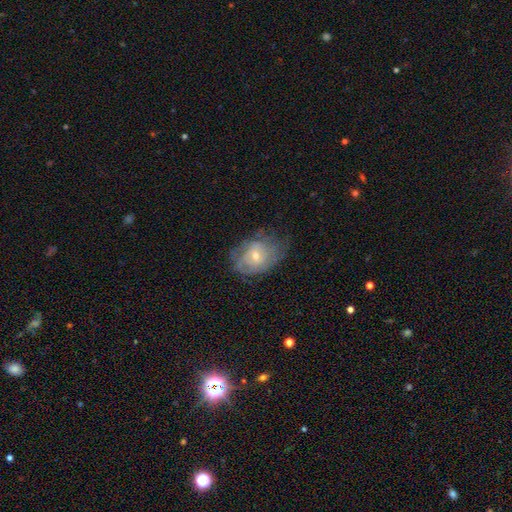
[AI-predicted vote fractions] This appears to be a featured or disk galaxy (62%) with no bar (71%), spiral arms (74%) and a small central bulge (54%). Merging: none (58%).